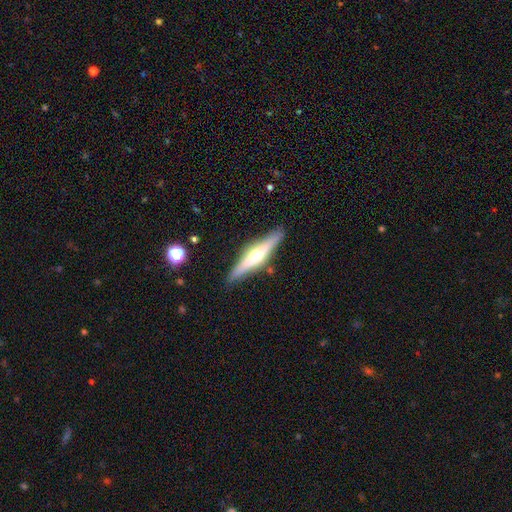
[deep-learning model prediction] The model was most divided on "smooth or featured": featured or disk: 62%, smooth: 32%, star or artifact: 6%. More confident: edge-on disk — yes (95%); merging — none (87%); edge-on bulge — rounded (82%).